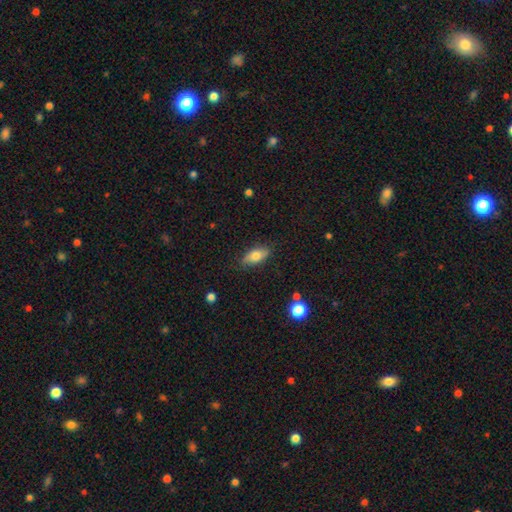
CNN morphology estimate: smooth_or_featured: smooth (p=0.72) [alt: featured or disk p=0.20]
how_rounded: in between (p=0.85) [alt: cigar-shaped p=0.11]
merging: none (p=0.81) [alt: minor disturbance p=0.15]